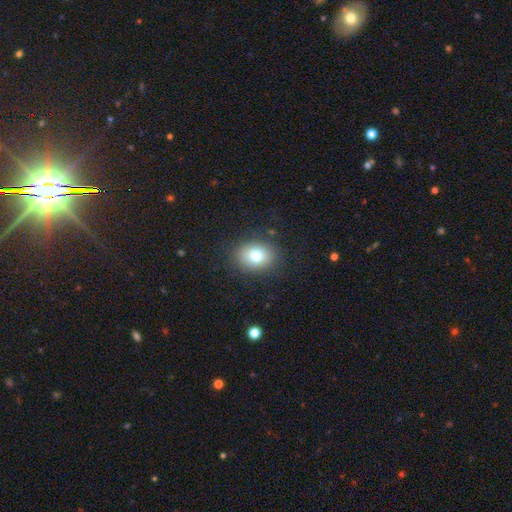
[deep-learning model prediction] A smooth galaxy with no disk features (78%) that is in between round and cigar-shaped (55%).

Vote fractions:
- Smooth or featured? smooth: 78% / featured or disk: 11% / star or artifact: 11%
- How rounded? in between: 55% / round: 44% / cigar-shaped: 1%
- Merging? none: 85% / minor disturbance: 10% / major disturbance: 4% / merger: 1%